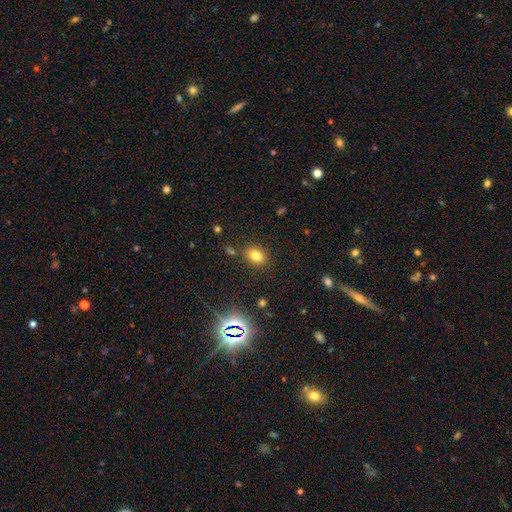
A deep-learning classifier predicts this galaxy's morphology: This appears to be a smooth galaxy with no disk features (76%) that is in between round and cigar-shaped (66%). Merging: none (83%).